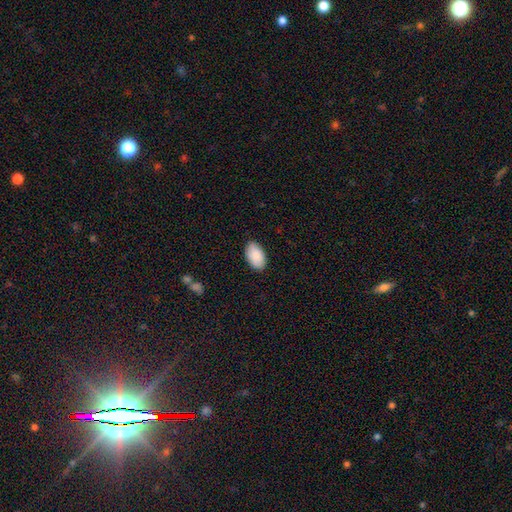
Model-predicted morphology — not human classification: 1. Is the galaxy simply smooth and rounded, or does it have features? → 89% smooth, 6% star or artifact, 5% featured or disk.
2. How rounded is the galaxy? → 95% in between, 4% round, 1% cigar-shaped.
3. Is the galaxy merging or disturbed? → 87% none, 10% minor disturbance, 2% major disturbance, 1% merger.